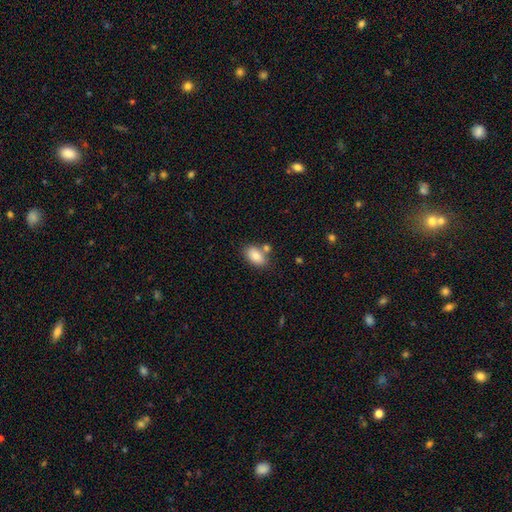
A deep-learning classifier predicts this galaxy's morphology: This appears to be a smooth galaxy with no disk features (85%) that is in between round and cigar-shaped (91%). Merging: none (66%).